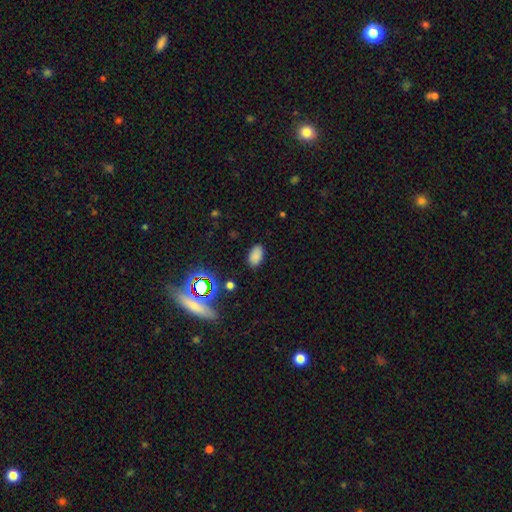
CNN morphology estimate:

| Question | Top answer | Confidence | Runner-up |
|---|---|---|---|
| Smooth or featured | smooth | 79% | star or artifact (16%) |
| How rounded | in between | 93% | round (6%) |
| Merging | none | 85% | minor disturbance (11%) |